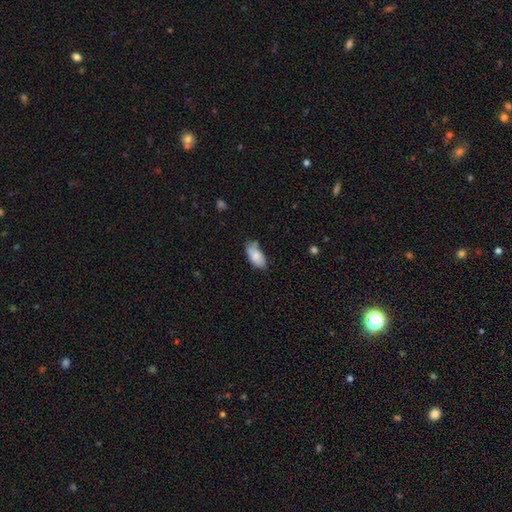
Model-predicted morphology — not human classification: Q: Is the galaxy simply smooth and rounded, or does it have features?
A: smooth — 82%.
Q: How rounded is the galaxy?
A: in between — 92%.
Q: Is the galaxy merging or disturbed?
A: none — 65%.